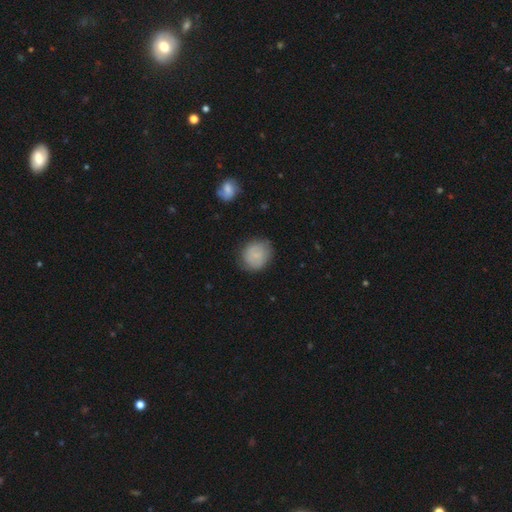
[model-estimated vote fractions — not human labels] Smooth or featured? smooth (73%)
How rounded? round (75%)
Merging? none (75%)